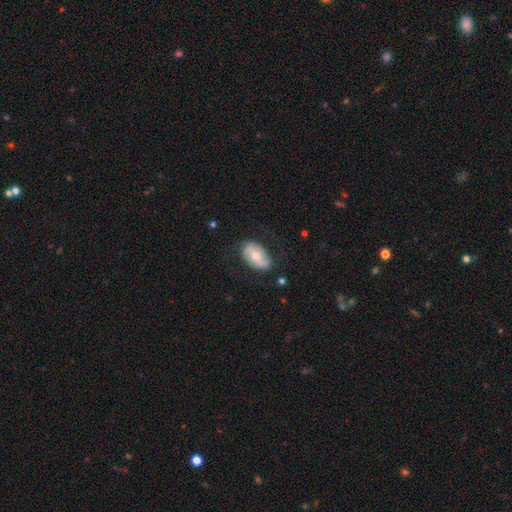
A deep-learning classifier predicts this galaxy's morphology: A featured or disk galaxy (53%).

Vote fractions:
- Smooth or featured? featured or disk: 53% / smooth: 41% / star or artifact: 6%
- Edge-on disk? no: 92% / yes: 8%
- Merging? none: 72% / minor disturbance: 19% / major disturbance: 8% / merger: 1%